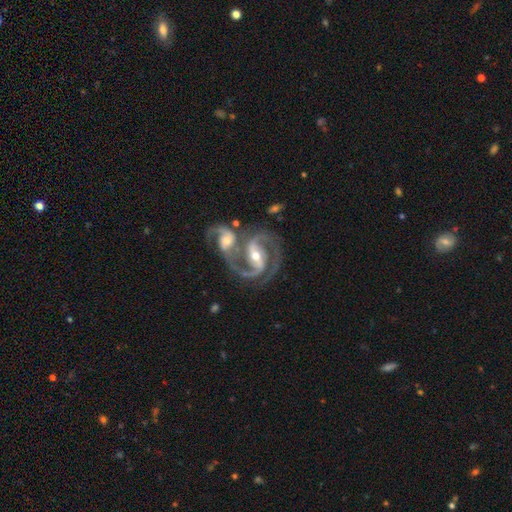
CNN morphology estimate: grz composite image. It shows a featured or disk galaxy (87%) with a strong bar (39%, tied with weak), 2 (88%) medium (53%) spiral arms (90%) and a moderate central bulge (63%). Merging: none (44%).